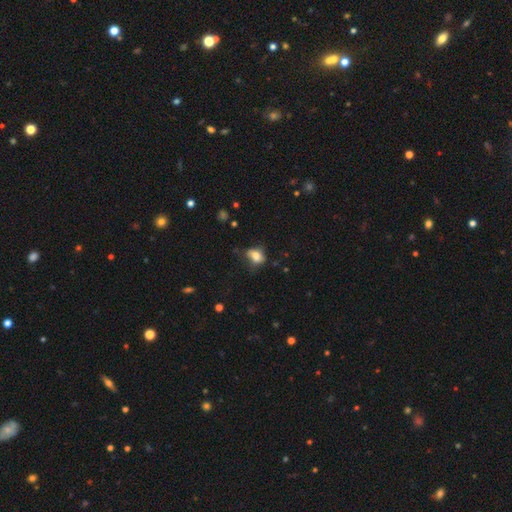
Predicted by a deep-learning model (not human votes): Smooth or featured? smooth (71%)
How rounded? in between (65%)
Merging? none (43%)